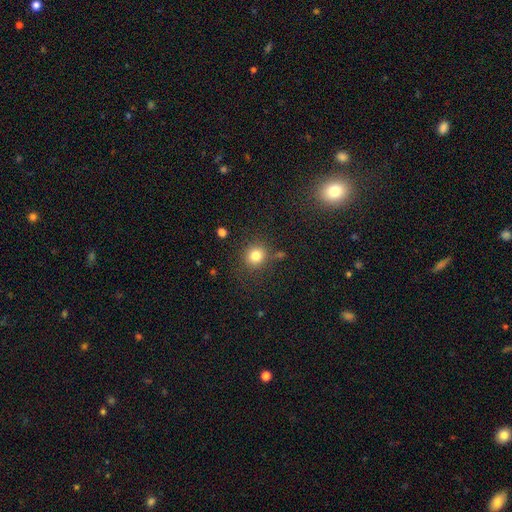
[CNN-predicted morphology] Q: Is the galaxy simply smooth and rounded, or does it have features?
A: smooth — 81%.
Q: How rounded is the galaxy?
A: round — 87%.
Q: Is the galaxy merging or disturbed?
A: none — 81%.